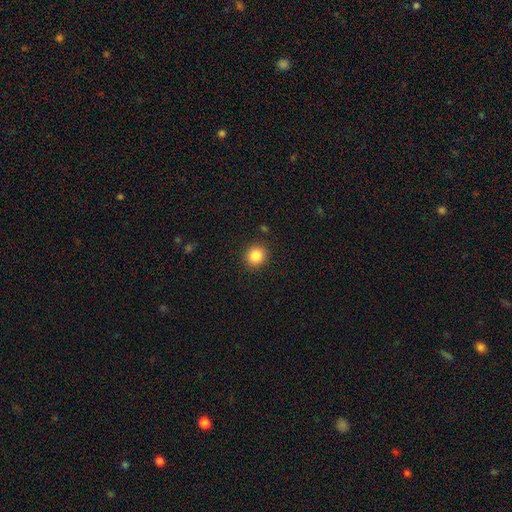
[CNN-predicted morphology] type=smooth (85%); roundness=round (87%); merging=none (90%).